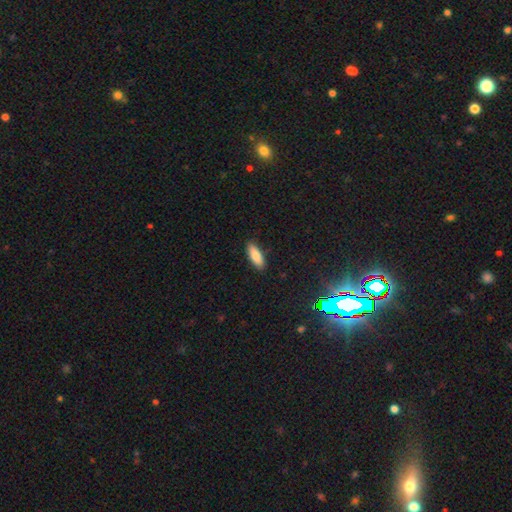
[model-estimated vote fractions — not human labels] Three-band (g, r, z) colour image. It shows a smooth galaxy with no disk features (84%) that is in between round and cigar-shaped (70%). Merging: none (88%).